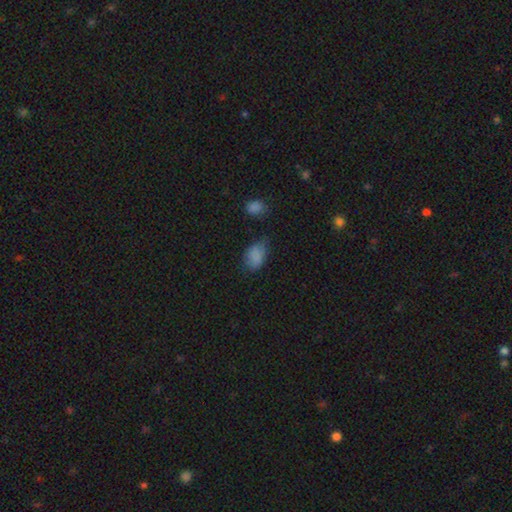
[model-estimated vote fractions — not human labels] smooth-or-featured: smooth: 81% | star or artifact: 12% | featured or disk: 6%
  how-rounded: in between: 87% | round: 12% | cigar-shaped: 2%
  merging: none: 53% | minor disturbance: 32% | major disturbance: 11% | merger: 4%